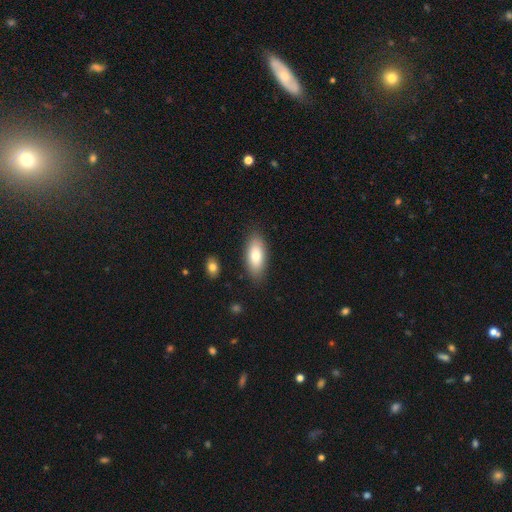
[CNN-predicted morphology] A smooth galaxy with no disk features (76%) that is in between round and cigar-shaped (85%). Merging: none (85%).